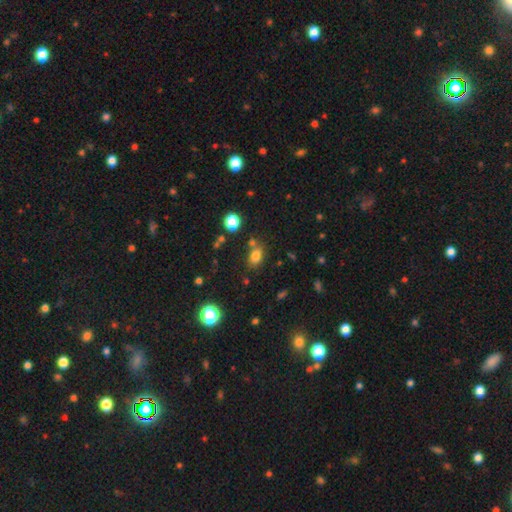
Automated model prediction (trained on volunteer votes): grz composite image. It shows a smooth galaxy with no disk features (78%) that is in between round and cigar-shaped (73%). Merging: none (67%).